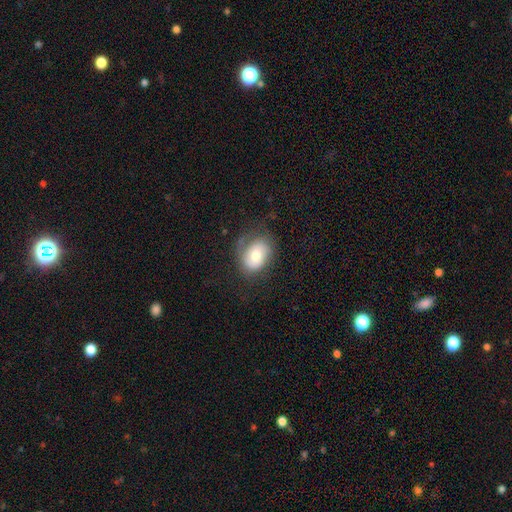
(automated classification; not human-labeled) Smooth or featured? smooth (57%)
How rounded? in between (66%)
Merging? none (61%)